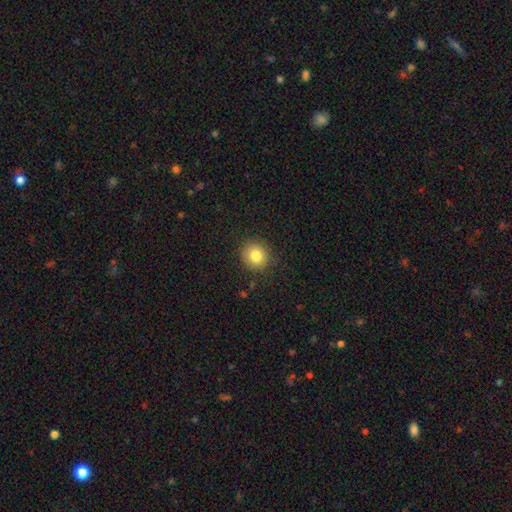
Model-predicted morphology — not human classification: Smooth or featured?
  - smooth: 82% *
  - star or artifact: 10%
  - featured or disk: 8%
How rounded?
  - round: 90% *
  - in between: 9%
  - cigar-shaped: 1%
Merging?
  - none: 88% *
  - minor disturbance: 8%
  - major disturbance: 2%
  - merger: 1%